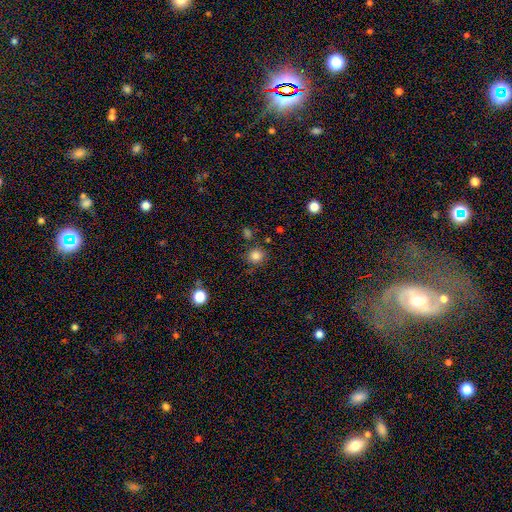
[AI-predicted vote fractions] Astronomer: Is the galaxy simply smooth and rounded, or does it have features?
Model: smooth — 83%.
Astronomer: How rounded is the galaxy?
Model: round — 90%.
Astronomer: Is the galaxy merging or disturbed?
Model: none — 83%.